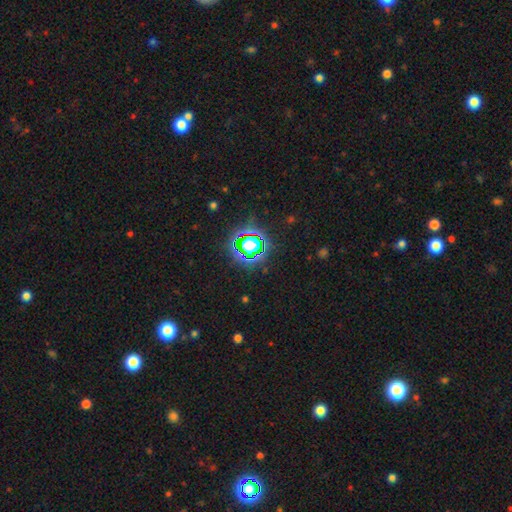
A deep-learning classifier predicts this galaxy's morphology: smooth-or-featured: star or artifact: 80% | smooth: 13% | featured or disk: 7%